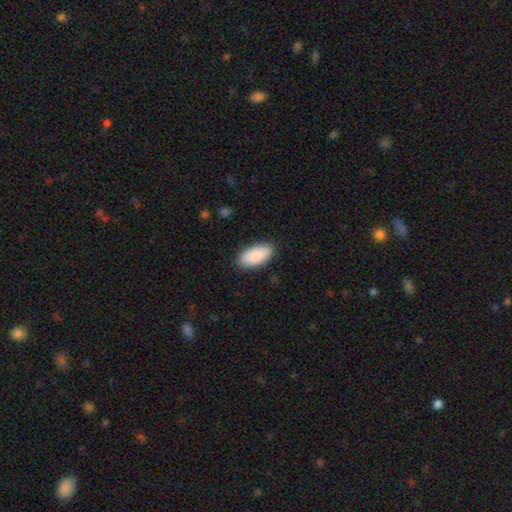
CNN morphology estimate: This appears to be a smooth galaxy with no disk features (89%) that is in between round and cigar-shaped (93%). Merging: none (87%).